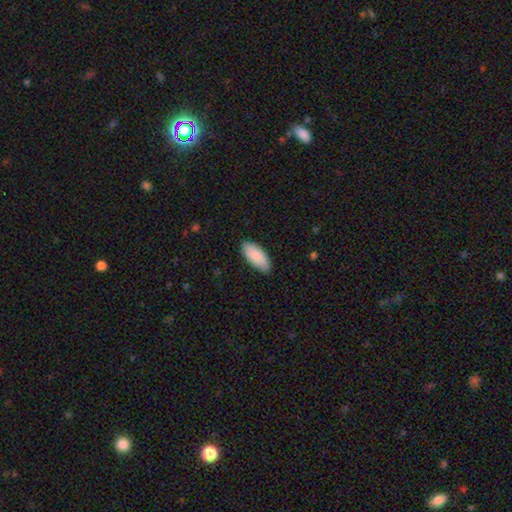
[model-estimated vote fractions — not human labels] A smooth galaxy with no disk features (88%) that is in between round and cigar-shaped (89%). Merging: none (84%).